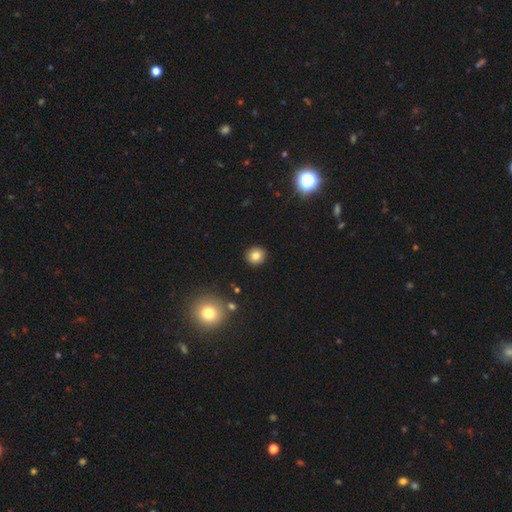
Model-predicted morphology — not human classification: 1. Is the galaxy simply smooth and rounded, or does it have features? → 81% smooth, 11% star or artifact, 7% featured or disk.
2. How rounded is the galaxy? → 87% round, 12% in between, 1% cigar-shaped.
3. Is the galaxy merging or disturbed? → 91% none, 5% minor disturbance, 2% major disturbance, 2% merger.